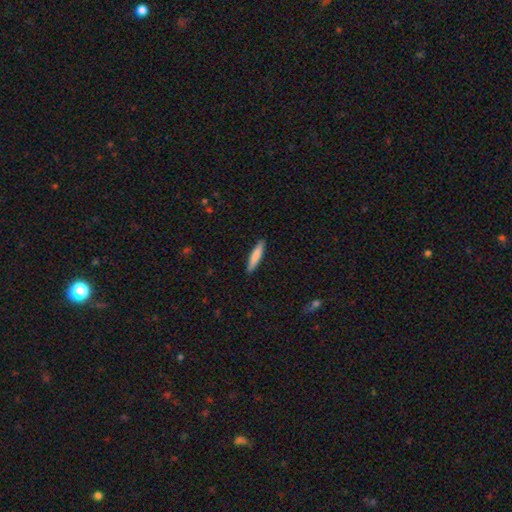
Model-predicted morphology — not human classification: Smooth or featured: smooth — 80% (featured or disk — 14%)
How rounded: cigar-shaped — 87% (in between — 11%)
Merging: none — 91% (minor disturbance — 7%)